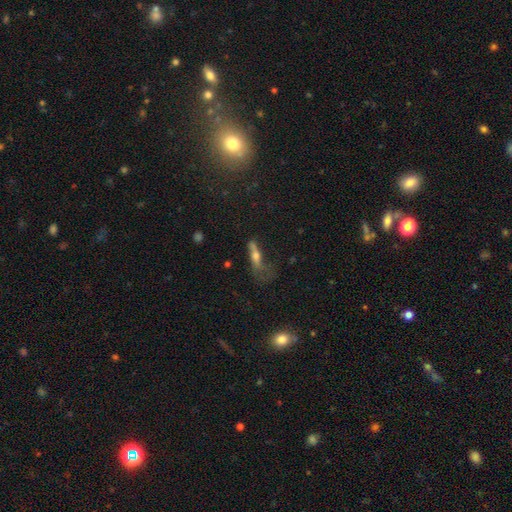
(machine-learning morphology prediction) smooth_or_featured: smooth (p=0.47) [alt: featured or disk p=0.38]
merging: major disturbance (p=0.45) [alt: none p=0.26]